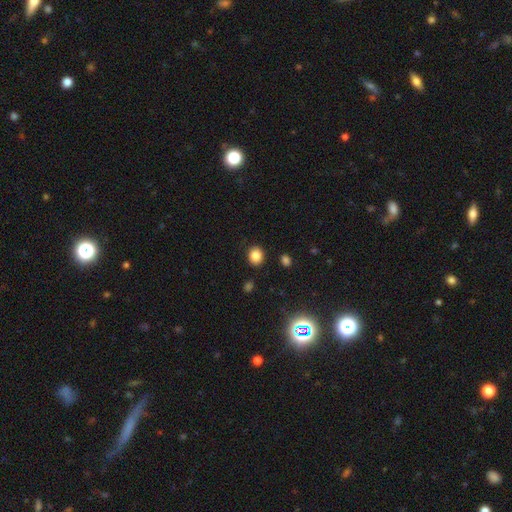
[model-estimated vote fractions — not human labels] Smooth or featured? Predicted: smooth (p=0.83). How rounded? Predicted: round (p=0.72). Merging? Predicted: none (p=0.88).